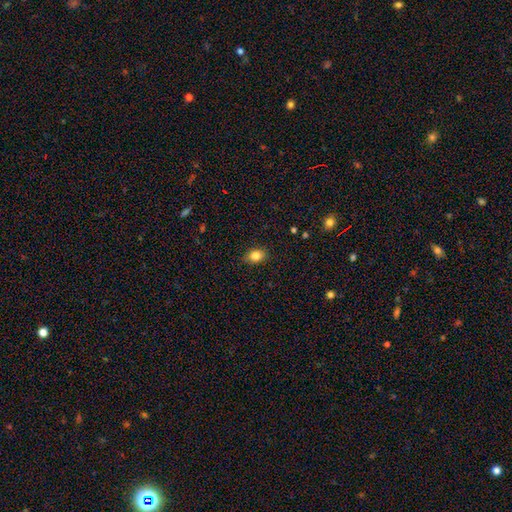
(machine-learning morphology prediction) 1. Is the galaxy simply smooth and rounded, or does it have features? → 83% smooth, 10% star or artifact, 7% featured or disk.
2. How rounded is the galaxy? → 65% in between, 34% round, 1% cigar-shaped.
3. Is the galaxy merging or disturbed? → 86% none, 11% minor disturbance, 2% major disturbance, 1% merger.